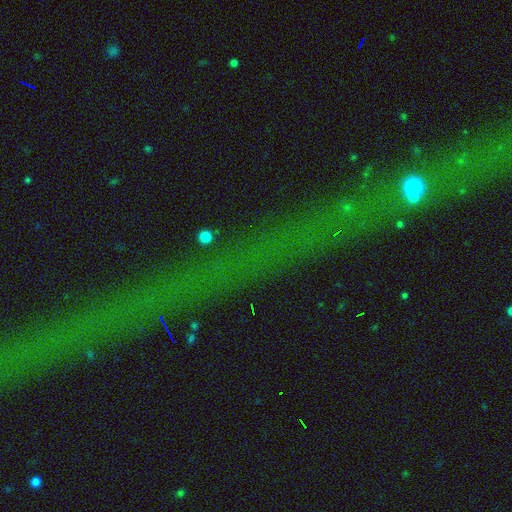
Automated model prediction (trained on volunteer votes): The model was most divided on "smooth or featured": star or artifact: 75%, featured or disk: 14%, smooth: 11%.